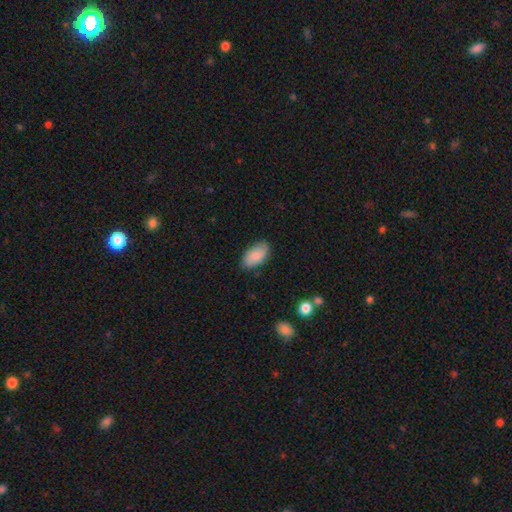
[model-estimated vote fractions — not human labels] Overall: smooth (82%). How rounded: in between (95%). Merging: none (80%).